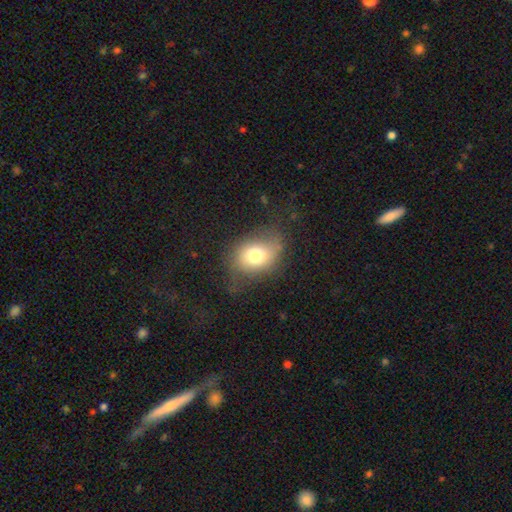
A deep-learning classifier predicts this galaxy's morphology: A smooth galaxy with no disk features (70%) that is in between round and cigar-shaped (65%).

Vote fractions:
- Smooth or featured? smooth: 70% / featured or disk: 19% / star or artifact: 11%
- How rounded? in between: 65% / round: 34% / cigar-shaped: 1%
- Merging? none: 56% / minor disturbance: 27% / major disturbance: 16% / merger: 2%